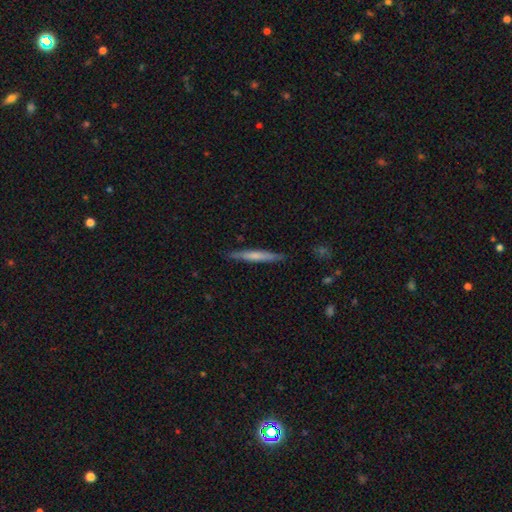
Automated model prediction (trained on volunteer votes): Smooth or featured?
  - smooth: 56% *
  - featured or disk: 38%
  - star or artifact: 6%
How rounded?
  - cigar-shaped: 96% *
  - in between: 3%
  - round: 1%
Merging?
  - none: 88% *
  - minor disturbance: 9%
  - major disturbance: 2%
  - merger: 1%